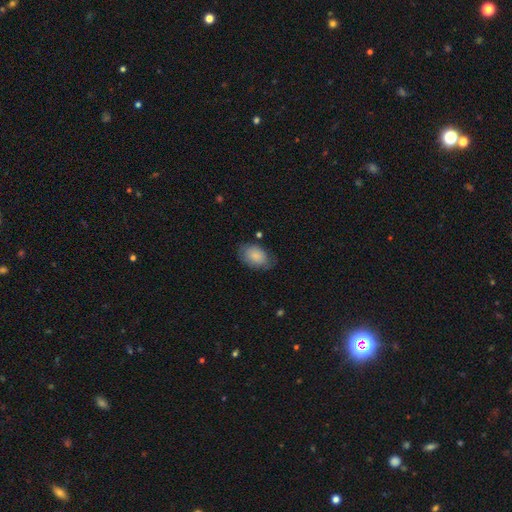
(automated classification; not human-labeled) Smooth or featured: smooth — 83% (featured or disk — 10%)
How rounded: in between — 88% (round — 11%)
Merging: none — 69% (minor disturbance — 24%)